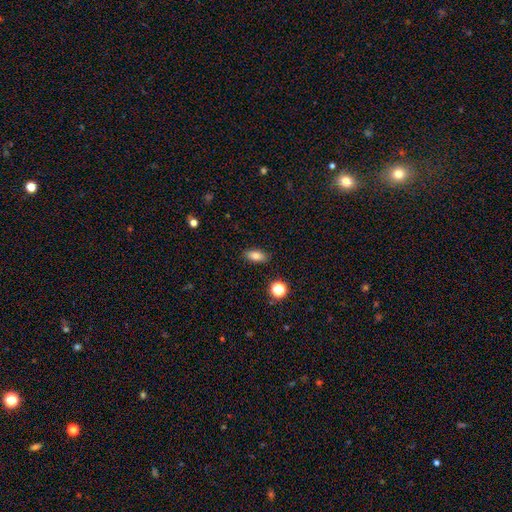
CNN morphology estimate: Q: Smooth or featured?
A: smooth (80%); runner-up: star or artifact (10%)
Q: How rounded?
A: in between (84%); runner-up: cigar-shaped (9%)
Q: Merging?
A: none (88%); runner-up: minor disturbance (9%)